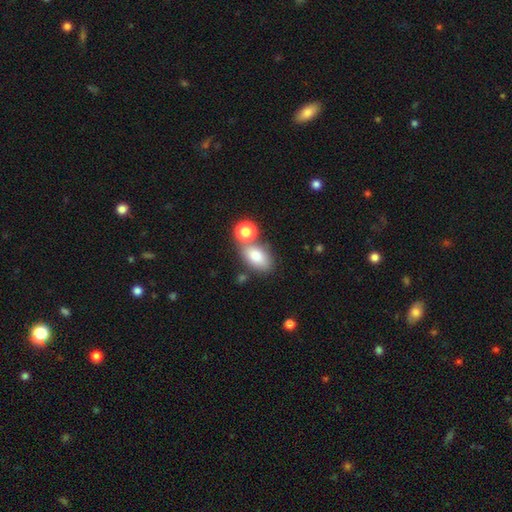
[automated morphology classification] Q: Smooth or featured?
A: smooth (78%); runner-up: featured or disk (13%)
Q: How rounded?
A: in between (87%); runner-up: round (11%)
Q: Merging?
A: none (57%); runner-up: merger (27%)